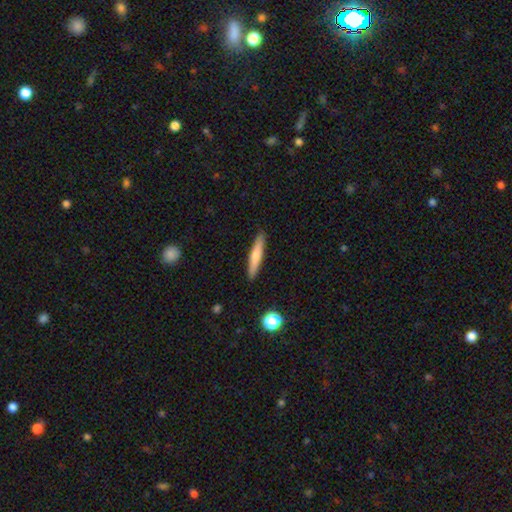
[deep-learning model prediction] Q: Smooth or featured?
A: smooth (65%); runner-up: featured or disk (29%)
Q: How rounded?
A: cigar-shaped (92%); runner-up: in between (7%)
Q: Merging?
A: none (91%); runner-up: minor disturbance (7%)